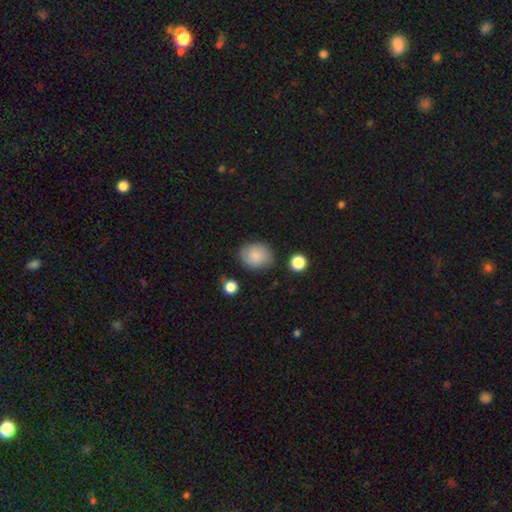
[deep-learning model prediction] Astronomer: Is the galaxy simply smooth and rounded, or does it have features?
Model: smooth — 84%.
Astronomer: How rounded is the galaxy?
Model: round — 57% (runner-up: in between, 42%).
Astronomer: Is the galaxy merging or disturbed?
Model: none — 75%.